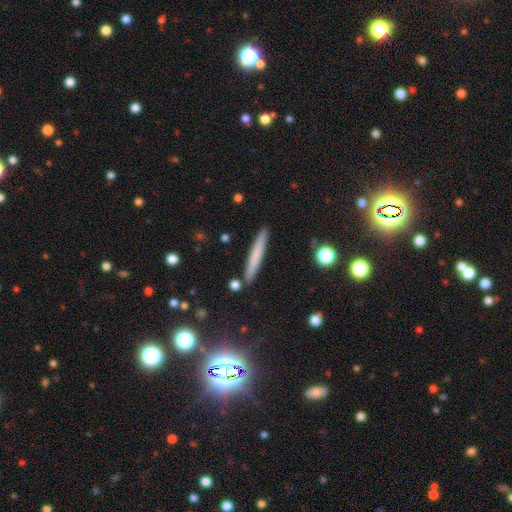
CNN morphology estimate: This is likely a smooth galaxy (67%). How rounded: clearly cigar-shaped (96%). Merging: clearly none (89%).